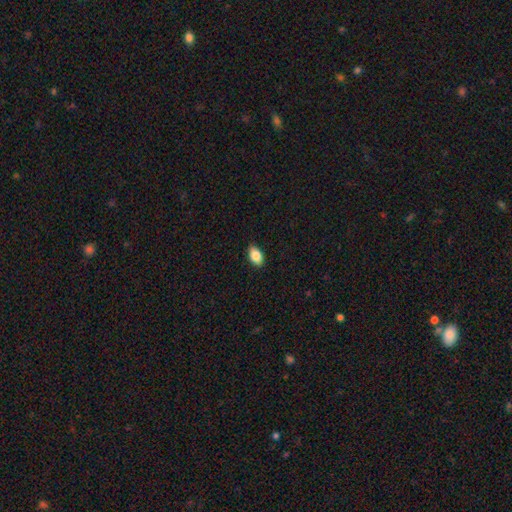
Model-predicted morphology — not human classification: type=smooth (86%); roundness=in between (91%); merging=none (88%).